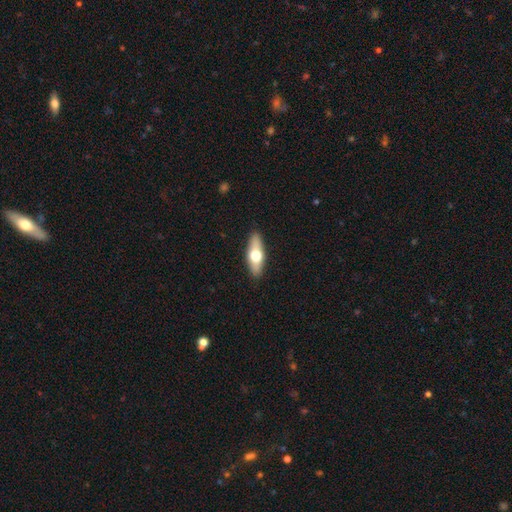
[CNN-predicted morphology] Smooth or featured: smooth — 52% (featured or disk — 42%)
How rounded: in between — 59% (cigar-shaped — 37%)
Merging: none — 89% (minor disturbance — 8%)